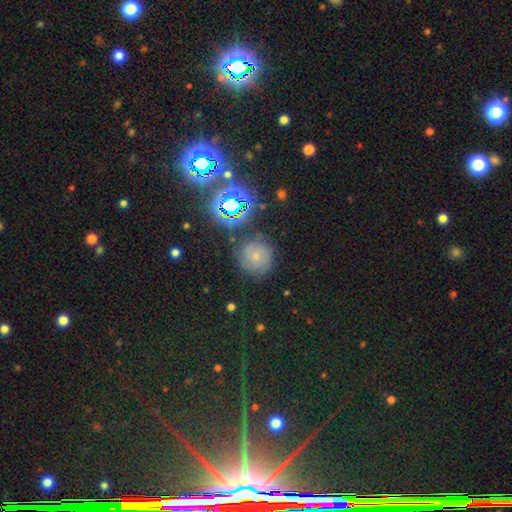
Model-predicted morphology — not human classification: A smooth galaxy with no disk features (41%). Merging: none (77%).